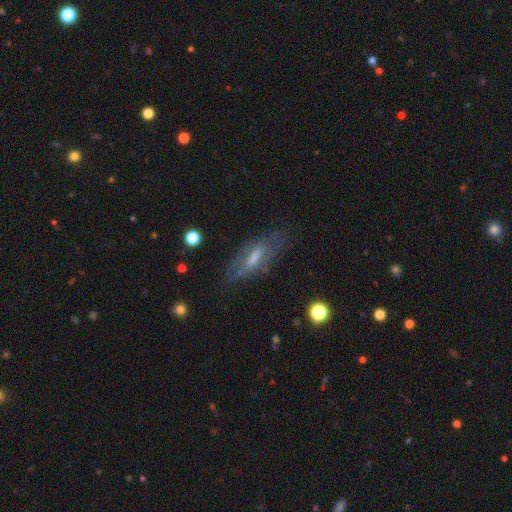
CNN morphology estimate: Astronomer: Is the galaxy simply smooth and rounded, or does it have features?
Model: featured or disk — 53% (runner-up: smooth, 38%).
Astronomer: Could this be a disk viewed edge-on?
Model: no — 63%.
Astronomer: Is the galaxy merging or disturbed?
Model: none — 73%.